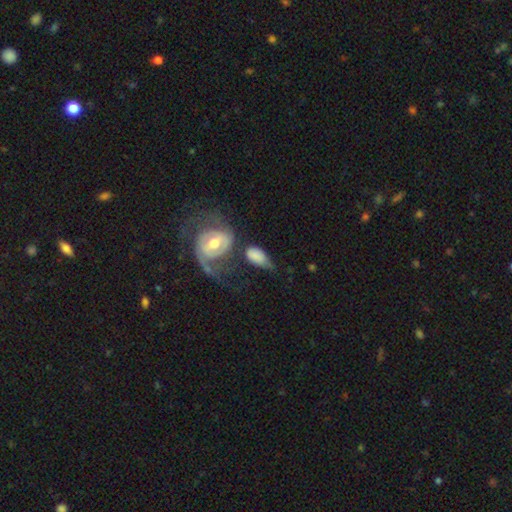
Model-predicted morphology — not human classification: This is likely a smooth galaxy (61%). How rounded: clearly in between (87%). Merging: marginally none (27%).